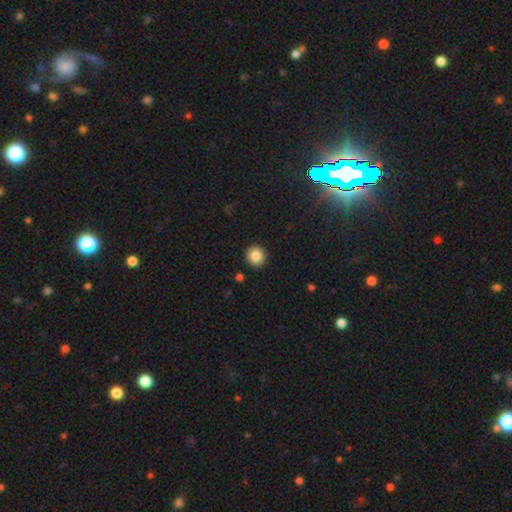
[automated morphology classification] Smooth or featured?
  - smooth: 85% *
  - star or artifact: 9%
  - featured or disk: 6%
How rounded?
  - round: 92% *
  - in between: 7%
  - cigar-shaped: 1%
Merging?
  - none: 92% *
  - minor disturbance: 5%
  - major disturbance: 2%
  - merger: 1%